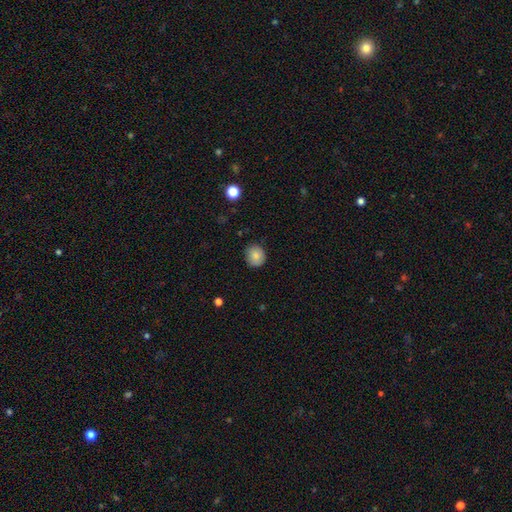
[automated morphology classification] This is clearly a smooth galaxy (84%). How rounded: clearly round (83%). Merging: clearly none (83%).